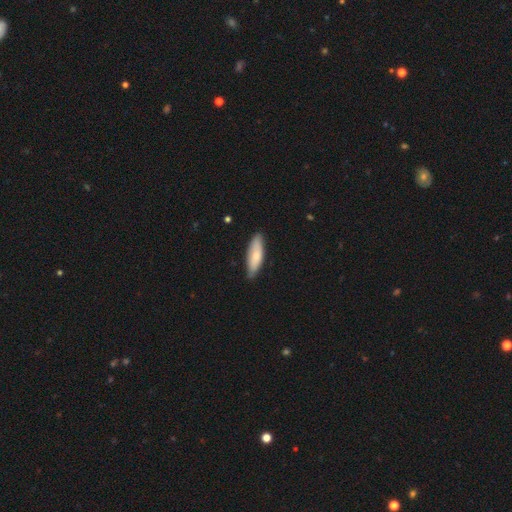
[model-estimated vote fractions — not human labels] Smooth or featured?
  - smooth: 78% *
  - featured or disk: 17%
  - star or artifact: 5%
How rounded?
  - in between: 49% * (tied)
  - cigar-shaped: 49% * (tied)
  - round: 1%
Merging?
  - none: 79% *
  - minor disturbance: 17%
  - major disturbance: 2%
  - merger: 1%